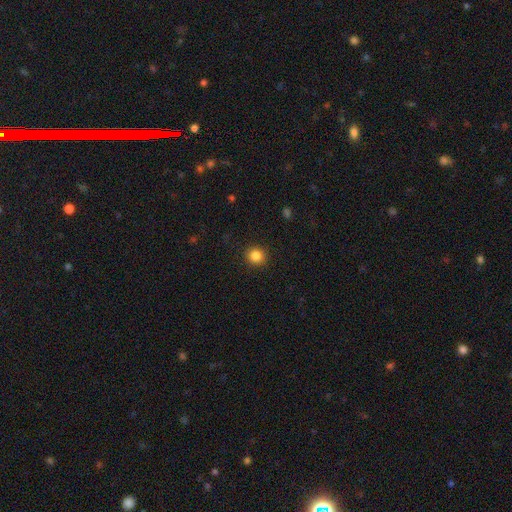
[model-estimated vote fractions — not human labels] Overall: smooth (85%). How rounded: round (91%). Merging: none (92%).